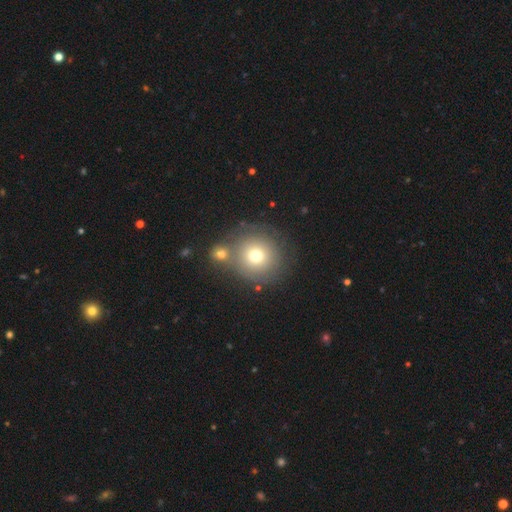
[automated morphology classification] The model was most divided on "merging": none: 61%, merger: 24%, minor disturbance: 10%, major disturbance: 5%. More confident: how rounded — round (92%); smooth or featured — smooth (72%).